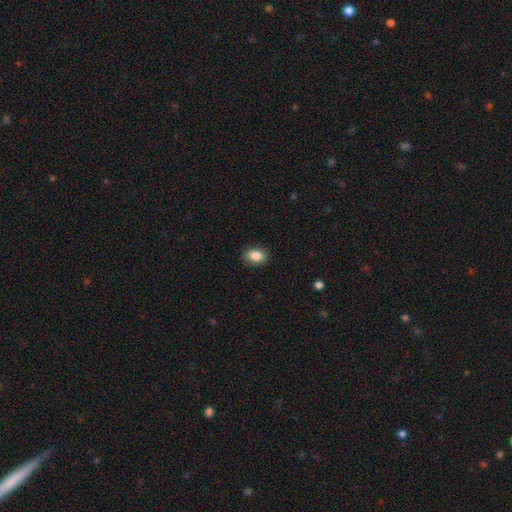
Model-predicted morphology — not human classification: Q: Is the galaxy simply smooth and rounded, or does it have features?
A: smooth — 87%.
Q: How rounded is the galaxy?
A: in between — 70%.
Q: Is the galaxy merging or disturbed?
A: none — 87%.